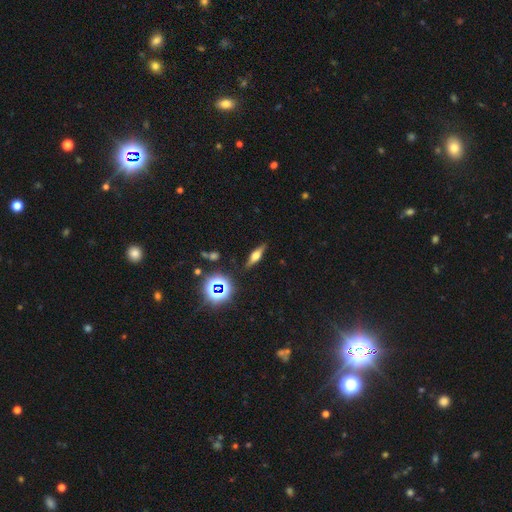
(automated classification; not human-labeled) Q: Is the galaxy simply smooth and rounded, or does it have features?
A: featured or disk — 52%.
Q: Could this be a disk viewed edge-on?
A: yes — 92%.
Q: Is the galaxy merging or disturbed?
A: none — 87%.